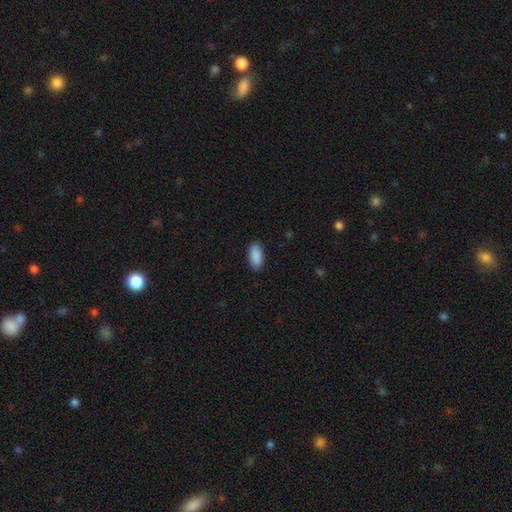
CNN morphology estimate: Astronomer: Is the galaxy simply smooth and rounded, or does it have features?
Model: smooth — 91%.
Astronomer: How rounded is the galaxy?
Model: in between — 92%.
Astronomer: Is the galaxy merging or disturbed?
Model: none — 88%.